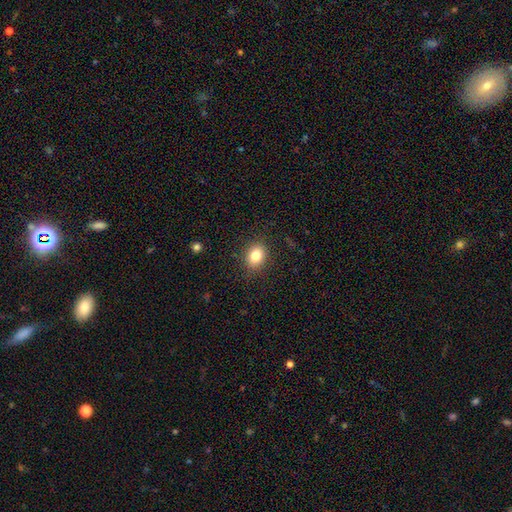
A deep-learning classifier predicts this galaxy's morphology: type=smooth (82%); roundness=in between (56%); merging=none (87%).